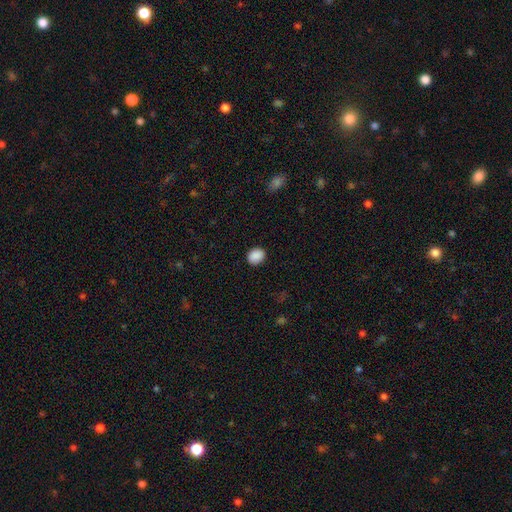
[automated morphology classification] A smooth galaxy with no disk features (89%) that is round (60%). Merging: none (89%).